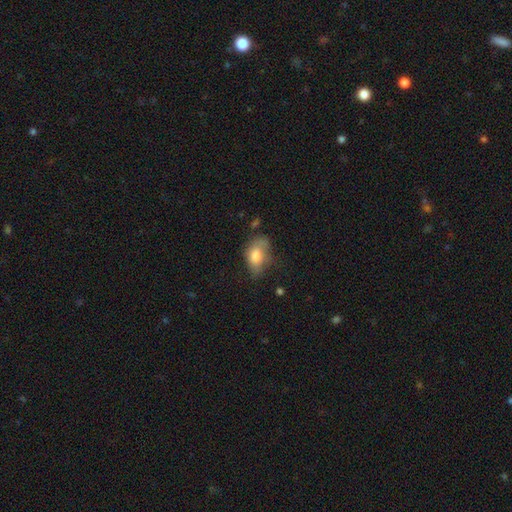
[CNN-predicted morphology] type=smooth (74%); roundness=in between (88%); merging=none (37%).